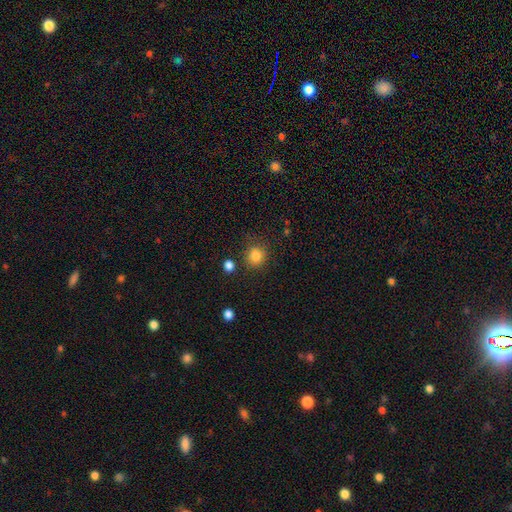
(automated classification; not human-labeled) A smooth galaxy with no disk features (83%) that is round (86%). Merging: none (81%).